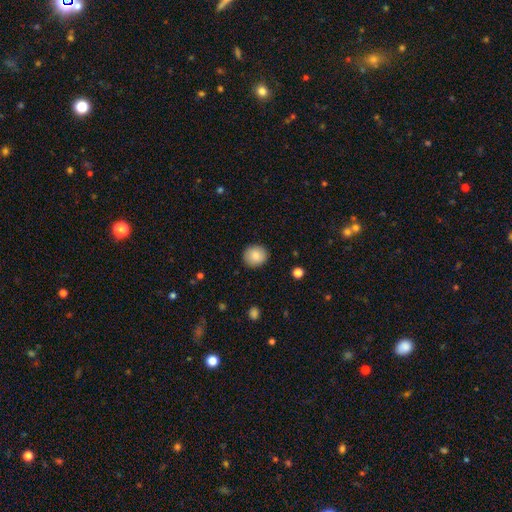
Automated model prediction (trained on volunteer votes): Smooth or featured? Predicted: smooth (p=0.85). How rounded? Predicted: round (p=0.84). Merging? Predicted: none (p=0.90).